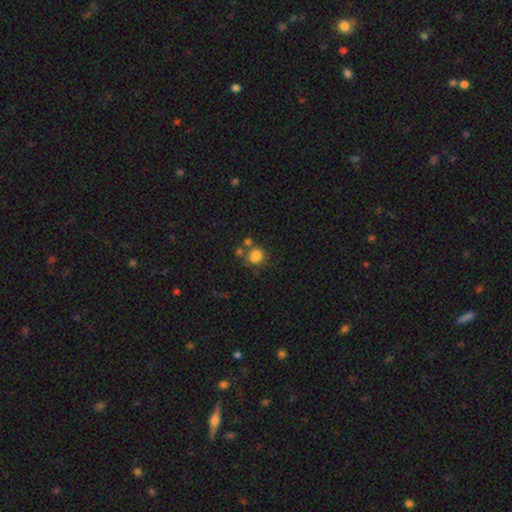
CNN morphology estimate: Overall: smooth (74%). How rounded: round (77%). Merging: none (48%; merger 27%).